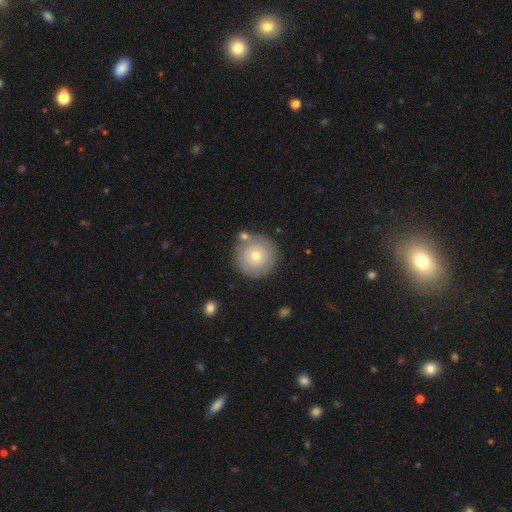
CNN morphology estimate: Overall: smooth (69%). How rounded: round (96%). Merging: none (80%).